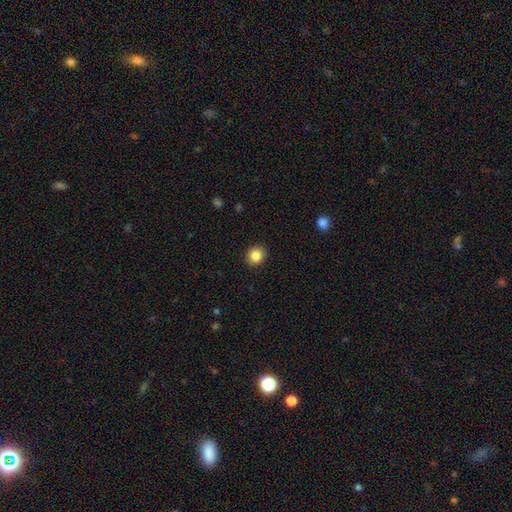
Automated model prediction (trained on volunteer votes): Q: Smooth or featured?
A: smooth (84%); runner-up: star or artifact (10%)
Q: How rounded?
A: round (76%); runner-up: in between (23%)
Q: Merging?
A: none (91%); runner-up: minor disturbance (6%)